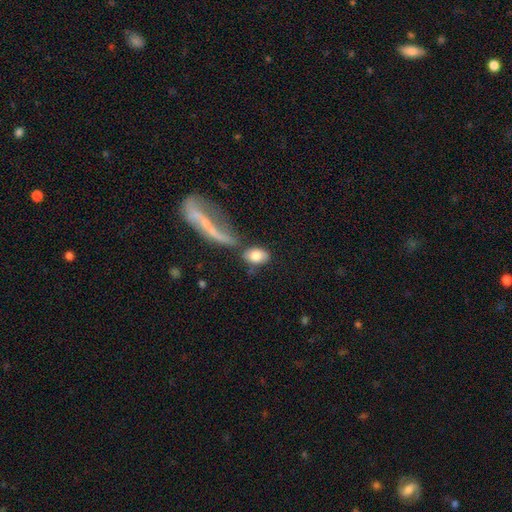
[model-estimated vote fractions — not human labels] Overall: smooth (77%). How rounded: in between (87%). Merging: none (51%; merger 25%).